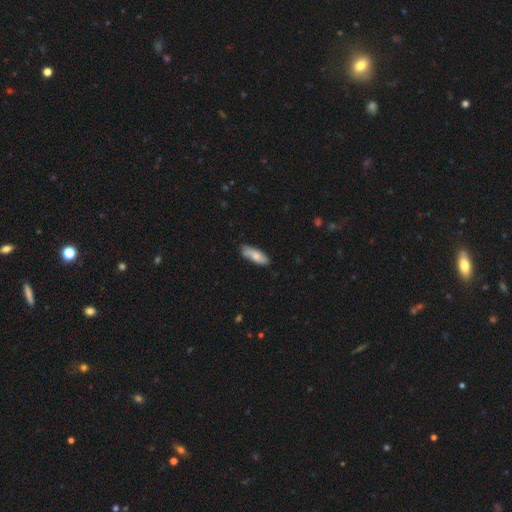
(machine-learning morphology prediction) This appears to be a smooth galaxy with no disk features (70%) that is in between round and cigar-shaped (60%). Merging: none (76%).